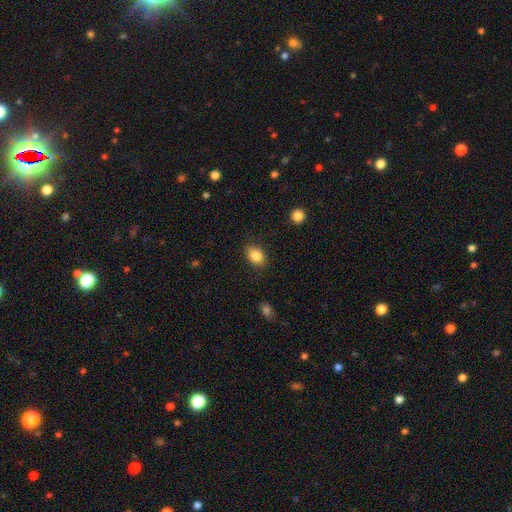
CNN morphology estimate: This appears to be a smooth galaxy with no disk features (86%) that is in between round and cigar-shaped (77%). Merging: none (85%).